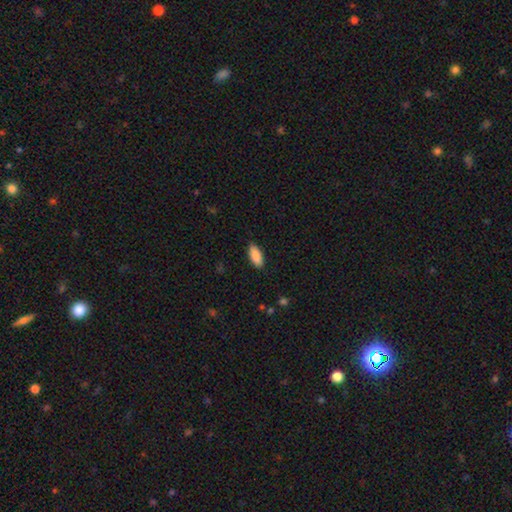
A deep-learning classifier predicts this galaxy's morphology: A smooth galaxy with no disk features (88%) that is in between round and cigar-shaped (83%).

Vote fractions:
- Smooth or featured? smooth: 88% / star or artifact: 6% / featured or disk: 6%
- How rounded? in between: 83% / cigar-shaped: 16% / round: 2%
- Merging? none: 87% / minor disturbance: 10% / major disturbance: 2% / merger: 1%